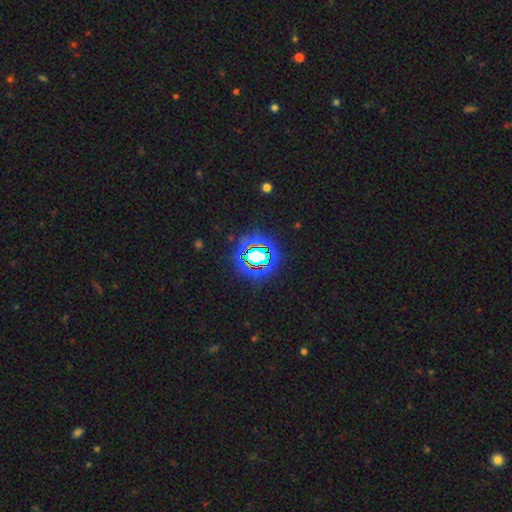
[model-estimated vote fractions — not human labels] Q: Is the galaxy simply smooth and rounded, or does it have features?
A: star or artifact — 79%.